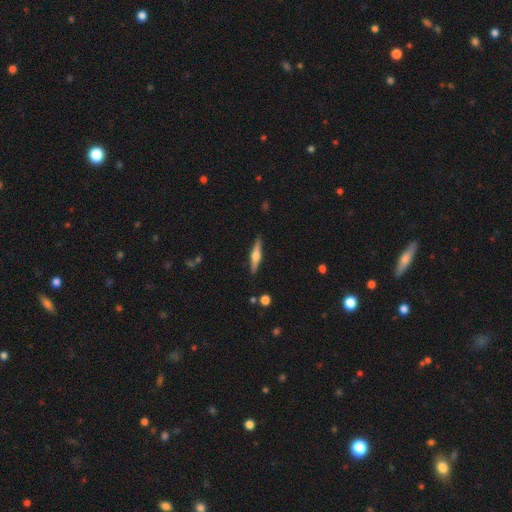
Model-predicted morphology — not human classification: featured or disk 64%, smooth 31%, star or artifact 6%. Down the decision tree: edge-on disk — yes (97%); edge-on bulge — rounded (91%); merging — none (90%).